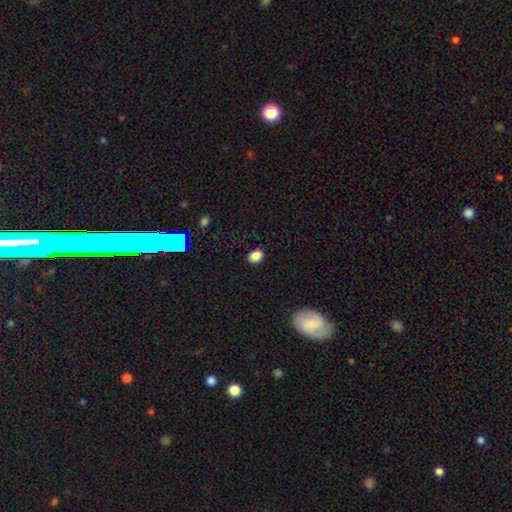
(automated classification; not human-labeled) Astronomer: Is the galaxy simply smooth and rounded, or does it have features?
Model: smooth — 85%.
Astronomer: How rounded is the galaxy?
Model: in between — 56% (runner-up: round, 43%).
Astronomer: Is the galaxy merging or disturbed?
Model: none — 89%.